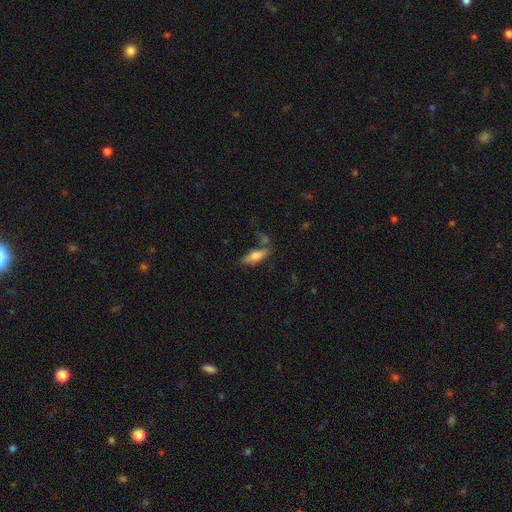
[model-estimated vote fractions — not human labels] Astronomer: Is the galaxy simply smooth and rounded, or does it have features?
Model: smooth — 64%.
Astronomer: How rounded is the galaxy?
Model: cigar-shaped — 52% (runner-up: in between, 45%).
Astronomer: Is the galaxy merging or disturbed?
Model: none — 66%.